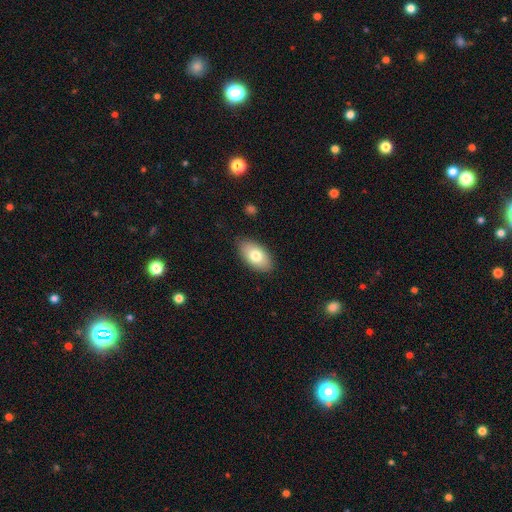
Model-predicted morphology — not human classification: This is likely a smooth galaxy (77%). How rounded: clearly in between (93%). Merging: clearly none (85%).